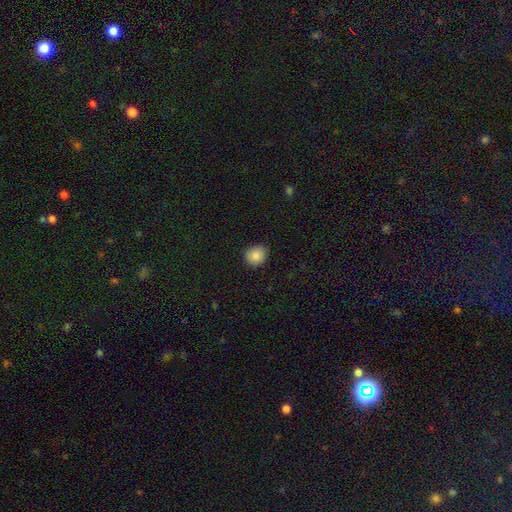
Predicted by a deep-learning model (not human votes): Smooth or featured? Predicted: smooth (p=0.86). How rounded? Predicted: round (p=0.72). Merging? Predicted: none (p=0.86).